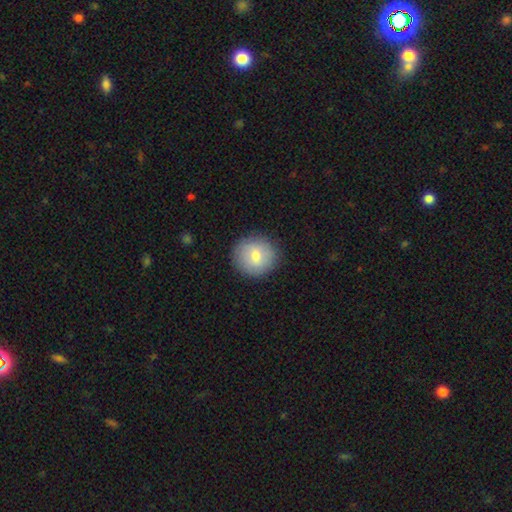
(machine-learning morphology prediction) smooth-or-featured: smooth: 75% | featured or disk: 17% | star or artifact: 8%
  how-rounded: round: 92% | in between: 7% | cigar-shaped: 1%
  merging: none: 89% | minor disturbance: 8% | major disturbance: 2% | merger: 1%